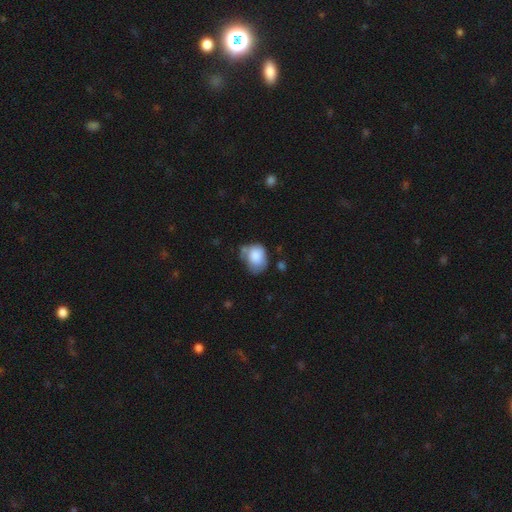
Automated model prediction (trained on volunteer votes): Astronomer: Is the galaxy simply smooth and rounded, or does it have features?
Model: smooth — 82%.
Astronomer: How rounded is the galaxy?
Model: in between — 60% (runner-up: round, 39%).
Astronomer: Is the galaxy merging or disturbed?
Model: none — 40% (runner-up: minor disturbance, 36%).